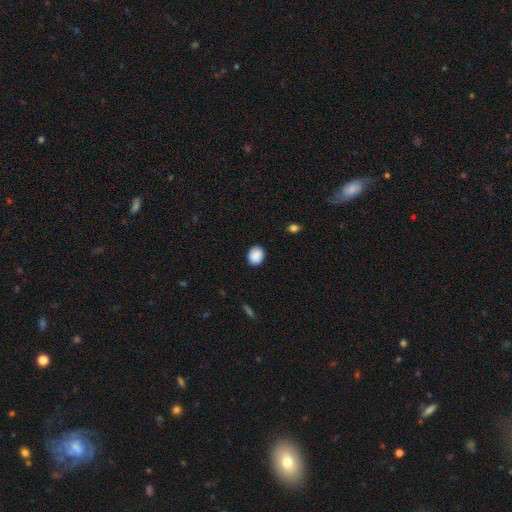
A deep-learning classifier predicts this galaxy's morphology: The model was most divided on "how rounded": round: 55%, in between: 44%, cigar-shaped: 1%. More confident: smooth or featured — smooth (88%); merging — none (86%).